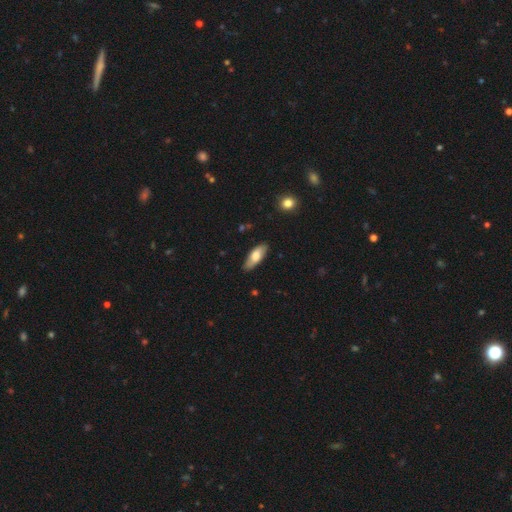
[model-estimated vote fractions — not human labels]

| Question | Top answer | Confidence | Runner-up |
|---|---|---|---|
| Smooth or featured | smooth | 70% | featured or disk (25%) |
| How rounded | in between | 72% | cigar-shaped (25%) |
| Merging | none | 85% | minor disturbance (12%) |